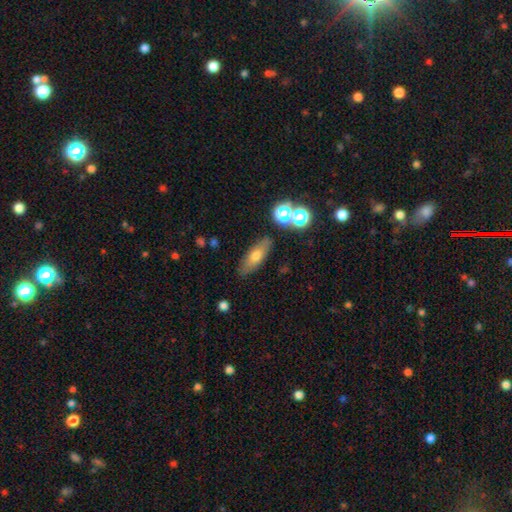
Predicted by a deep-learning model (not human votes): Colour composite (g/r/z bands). It shows a smooth galaxy with no disk features (63%) that is in between round and cigar-shaped (58%). Merging: none (81%).